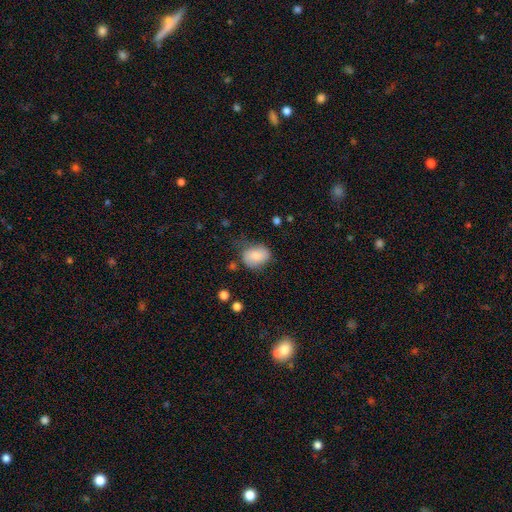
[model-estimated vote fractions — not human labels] Q: Smooth or featured?
A: smooth (80%); runner-up: featured or disk (13%)
Q: How rounded?
A: in between (64%); runner-up: round (35%)
Q: Merging?
A: none (56%); runner-up: minor disturbance (30%)